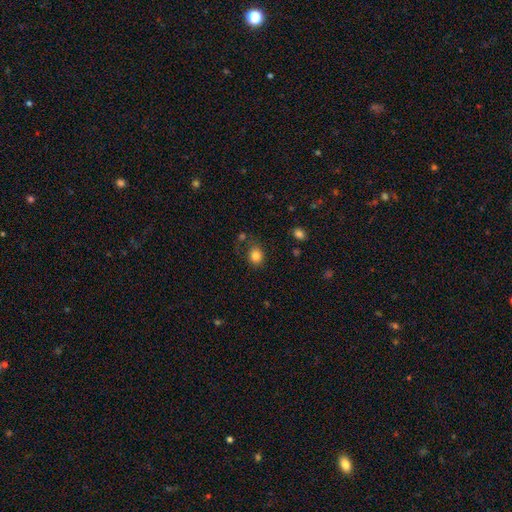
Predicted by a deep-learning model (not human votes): Smooth or featured? smooth (83%)
How rounded? round (64%)
Merging? none (73%)